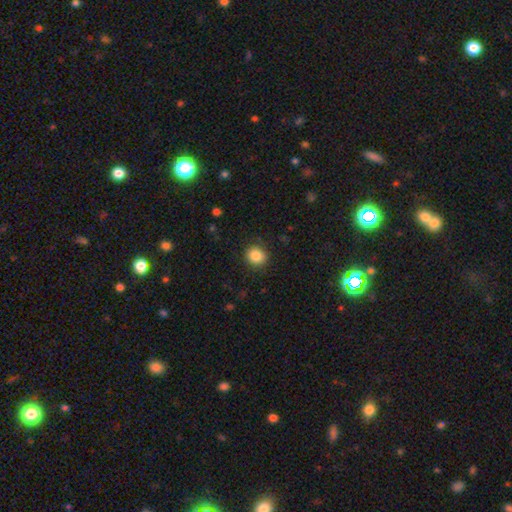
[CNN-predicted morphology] smooth_or_featured: smooth (p=0.86) [alt: star or artifact p=0.10]
how_rounded: round (p=0.85) [alt: in between p=0.14]
merging: none (p=0.88) [alt: minor disturbance p=0.08]